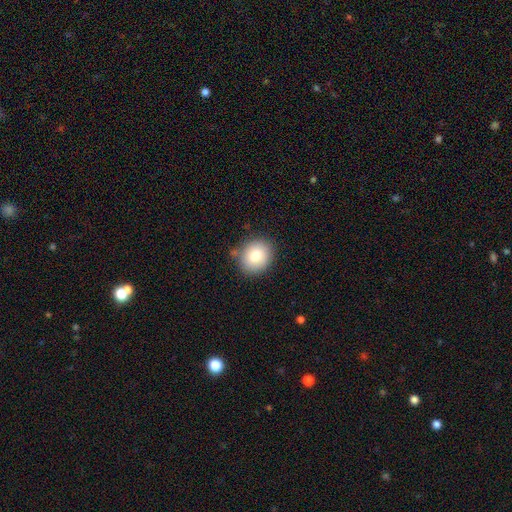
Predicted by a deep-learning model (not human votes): Morphology: type=smooth (78%); roundness=round (75%); merging=none (81%).